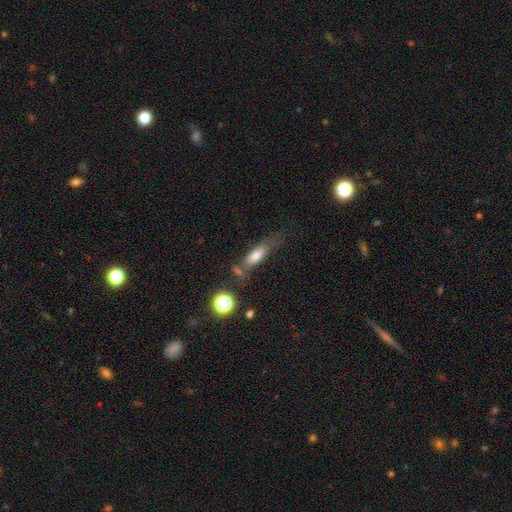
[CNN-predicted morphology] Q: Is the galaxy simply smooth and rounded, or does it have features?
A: smooth — 68%.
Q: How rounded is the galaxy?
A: in between — 54%.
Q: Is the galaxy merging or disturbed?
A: none — 48%.